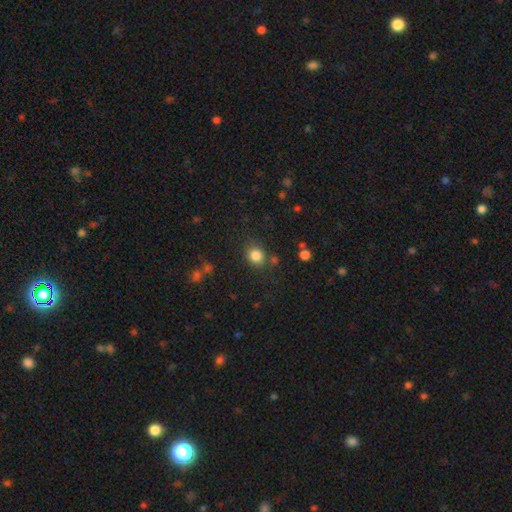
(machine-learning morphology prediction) Smooth or featured?
  - smooth: 83% *
  - star or artifact: 12%
  - featured or disk: 5%
How rounded?
  - round: 72% *
  - in between: 27%
  - cigar-shaped: 1%
Merging?
  - none: 78% *
  - minor disturbance: 12%
  - merger: 6%
  - major disturbance: 5%